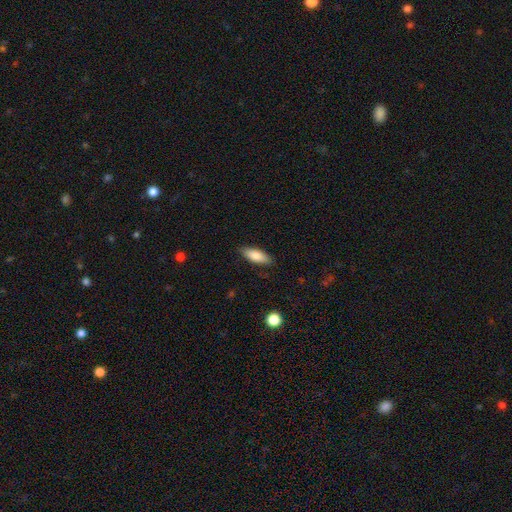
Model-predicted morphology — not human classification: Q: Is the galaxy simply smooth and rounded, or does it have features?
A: smooth — 81%.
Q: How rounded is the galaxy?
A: in between — 70%.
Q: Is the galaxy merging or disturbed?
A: none — 85%.